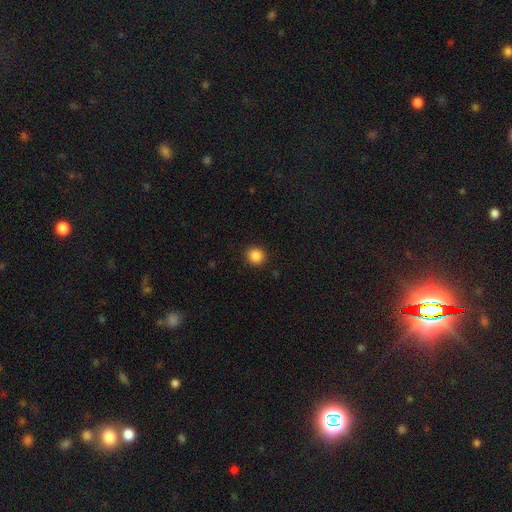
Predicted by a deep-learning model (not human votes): smooth-or-featured: smooth: 87% | star or artifact: 10% | featured or disk: 3%
  how-rounded: round: 88% | in between: 11% | cigar-shaped: 1%
  merging: none: 90% | minor disturbance: 7% | major disturbance: 2% | merger: 1%